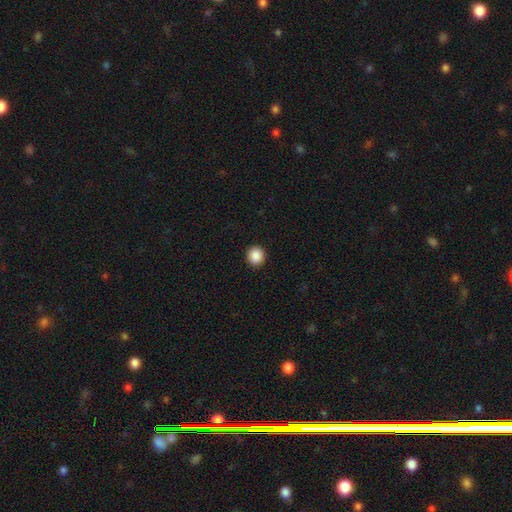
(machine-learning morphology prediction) Smooth or featured? Predicted: smooth (p=0.89). How rounded? Predicted: round (p=0.92). Merging? Predicted: none (p=0.93).